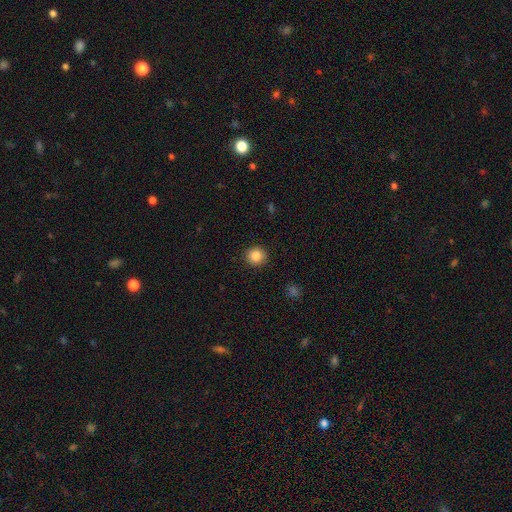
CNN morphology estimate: Q: Smooth or featured?
A: smooth (87%); runner-up: star or artifact (10%)
Q: How rounded?
A: round (92%); runner-up: in between (7%)
Q: Merging?
A: none (91%); runner-up: minor disturbance (6%)